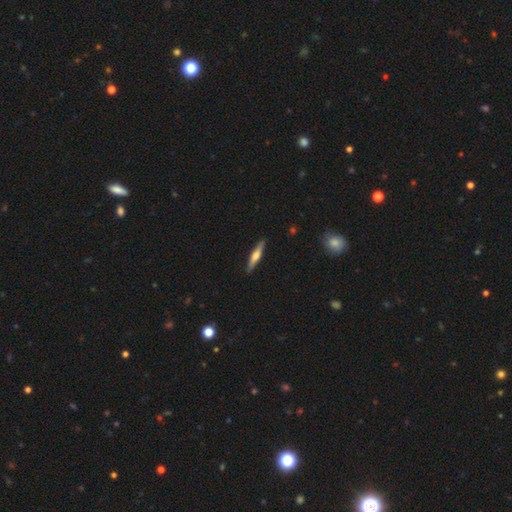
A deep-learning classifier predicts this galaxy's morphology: Q: Smooth or featured?
A: featured or disk (50%); runner-up: smooth (44%)
Q: Edge-on disk?
A: yes (95%); runner-up: no (5%)
Q: Merging?
A: none (90%); runner-up: minor disturbance (7%)